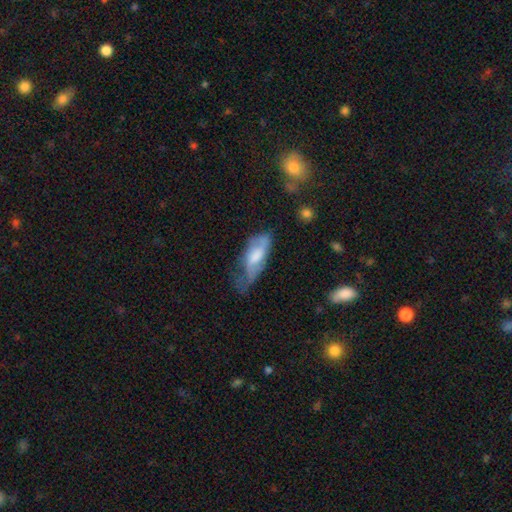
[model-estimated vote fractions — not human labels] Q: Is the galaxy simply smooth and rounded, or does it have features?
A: smooth — 48%.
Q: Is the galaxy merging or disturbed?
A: minor disturbance — 37%.